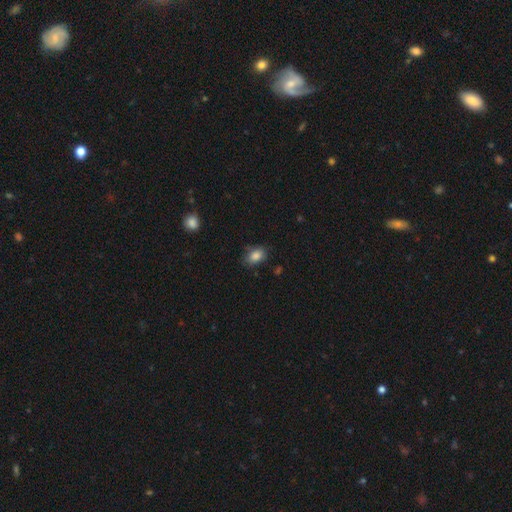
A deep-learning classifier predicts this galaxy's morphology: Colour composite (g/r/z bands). It shows a smooth galaxy with no disk features (85%) that is in between round and cigar-shaped (80%). Merging: none (78%).